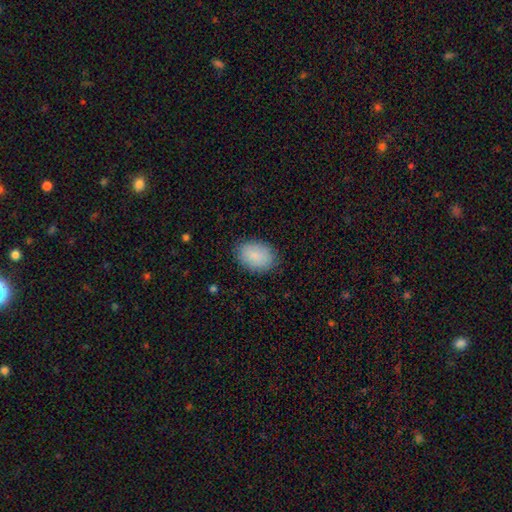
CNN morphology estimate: Smooth or featured: smooth — 88% (star or artifact — 6%)
How rounded: in between — 83% (round — 16%)
Merging: none — 85% (minor disturbance — 11%)